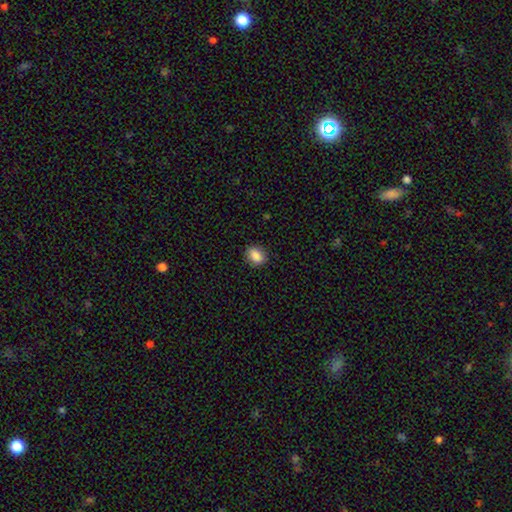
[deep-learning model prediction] Q: Smooth or featured?
A: smooth (85%); runner-up: star or artifact (9%)
Q: How rounded?
A: in between (55%); runner-up: round (44%)
Q: Merging?
A: none (87%); runner-up: minor disturbance (10%)